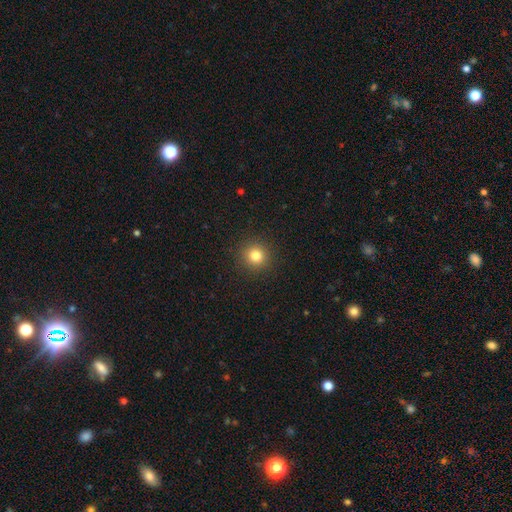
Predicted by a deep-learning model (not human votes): Q: Smooth or featured?
A: smooth (81%); runner-up: star or artifact (13%)
Q: How rounded?
A: round (93%); runner-up: in between (6%)
Q: Merging?
A: none (92%); runner-up: minor disturbance (5%)